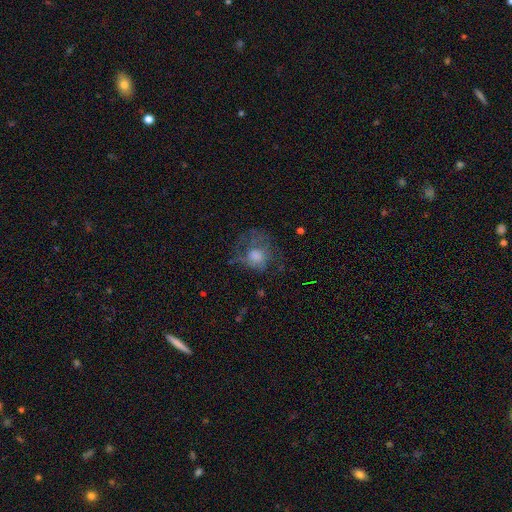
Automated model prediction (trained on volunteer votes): A smooth galaxy with no disk features (43%, tied with featured or disk).

Vote fractions:
- Smooth or featured? smooth: 43% (tied) / featured or disk: 43% (tied) / star or artifact: 14%
- Merging? none: 47% / major disturbance: 30% / minor disturbance: 21% / merger: 2%